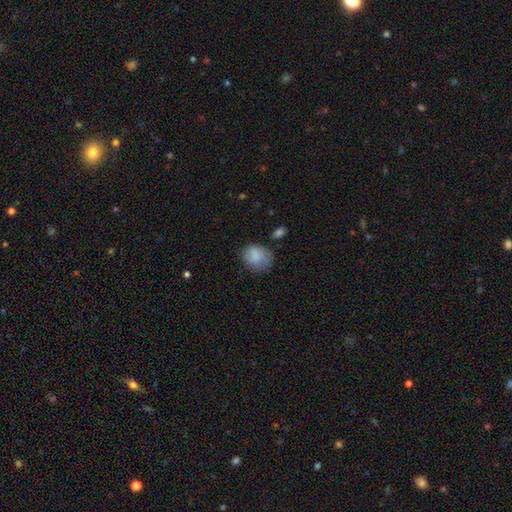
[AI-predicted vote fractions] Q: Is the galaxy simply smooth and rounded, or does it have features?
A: smooth — 83%.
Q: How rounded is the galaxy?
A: round — 54%.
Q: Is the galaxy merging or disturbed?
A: none — 64%.